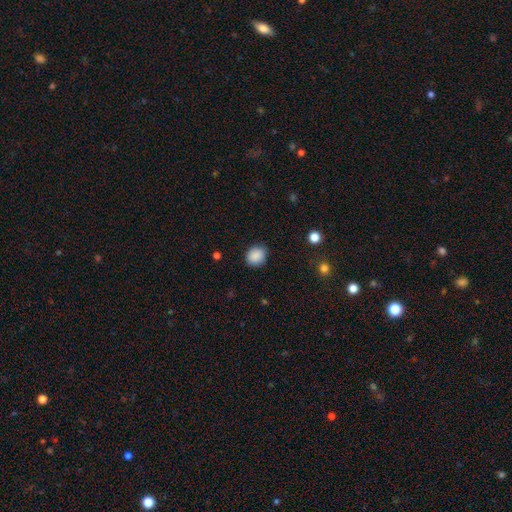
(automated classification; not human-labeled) Smooth or featured? Predicted: smooth (p=0.88). How rounded? Predicted: round (p=0.66). Merging? Predicted: none (p=0.85).